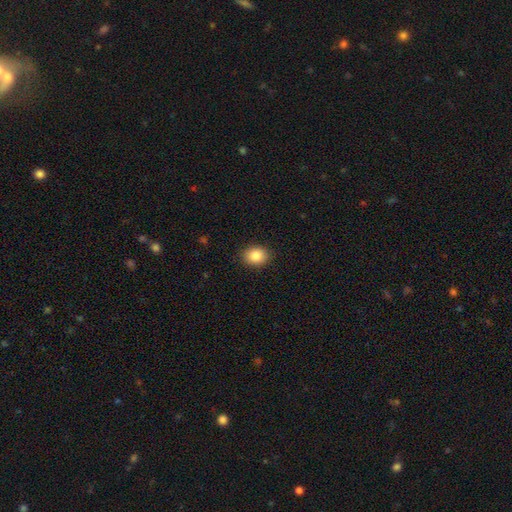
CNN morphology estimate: Q: Smooth or featured?
A: smooth (86%); runner-up: star or artifact (8%)
Q: How rounded?
A: in between (54%); runner-up: round (45%)
Q: Merging?
A: none (89%); runner-up: minor disturbance (8%)